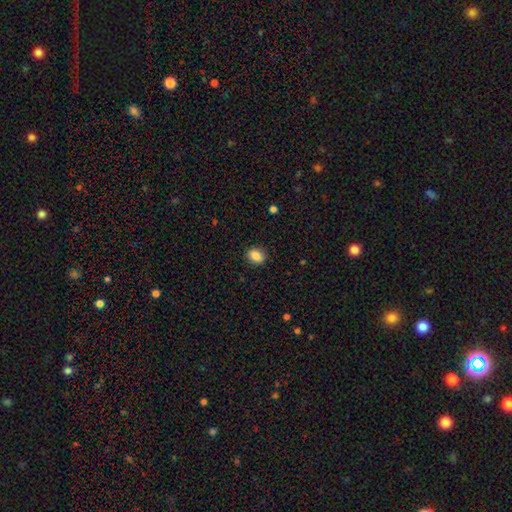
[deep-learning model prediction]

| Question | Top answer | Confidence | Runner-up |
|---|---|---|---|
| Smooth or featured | smooth | 85% | star or artifact (9%) |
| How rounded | in between | 54% | round (45%) |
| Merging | none | 88% | minor disturbance (9%) |